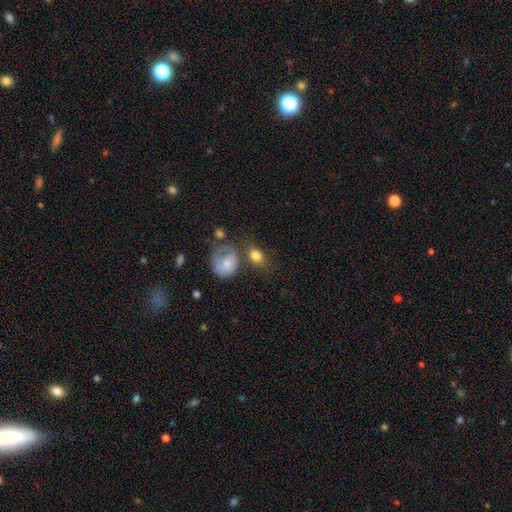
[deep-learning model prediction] The model was most divided on "merging": none: 50%, merger: 21%, minor disturbance: 18%, major disturbance: 11%. More confident: smooth or featured — smooth (78%); how rounded — in between (66%).